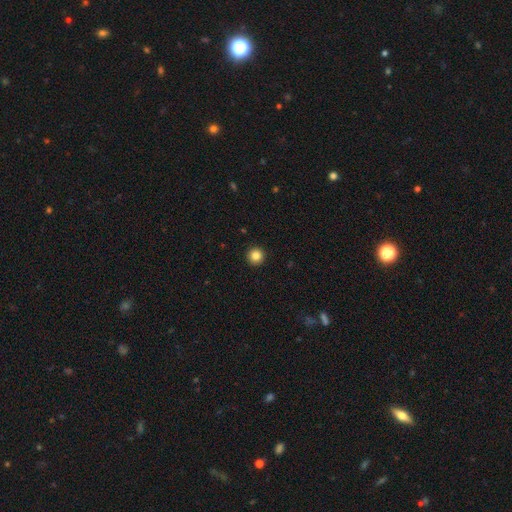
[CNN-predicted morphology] Smooth or featured?
  - smooth: 85% *
  - star or artifact: 10%
  - featured or disk: 5%
How rounded?
  - round: 96% *
  - in between: 3%
  - cigar-shaped: 1%
Merging?
  - none: 94% *
  - minor disturbance: 4%
  - major disturbance: 1%
  - merger: 1%